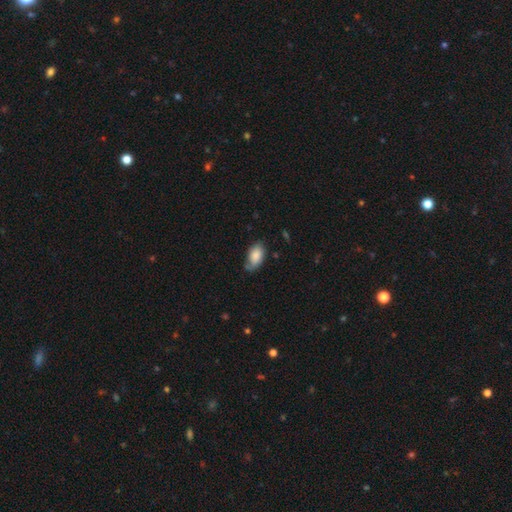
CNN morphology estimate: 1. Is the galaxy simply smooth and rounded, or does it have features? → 78% smooth, 15% featured or disk, 7% star or artifact.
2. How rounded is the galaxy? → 93% in between, 5% round, 2% cigar-shaped.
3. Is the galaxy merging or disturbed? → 55% none, 32% minor disturbance, 10% major disturbance, 3% merger.